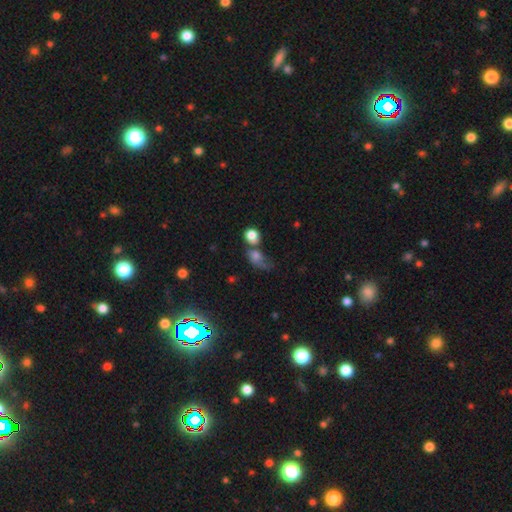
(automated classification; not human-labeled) Smooth or featured: smooth — 66% (star or artifact — 18%)
How rounded: round — 53% (in between — 44%)
Merging: merger — 35% (none — 29%)